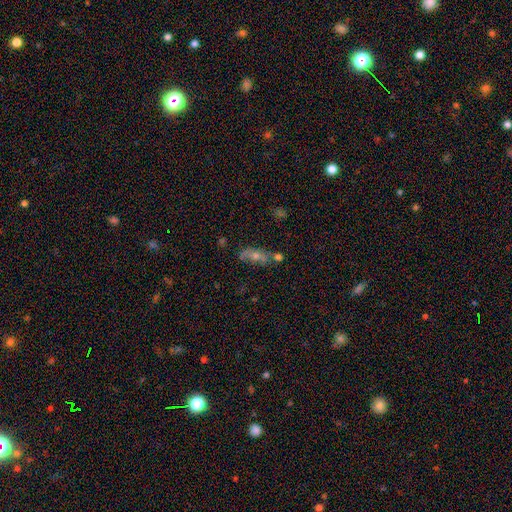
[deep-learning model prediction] Smooth or featured: featured or disk — 45% (smooth — 40%)
Merging: none — 57% (minor disturbance — 20%)